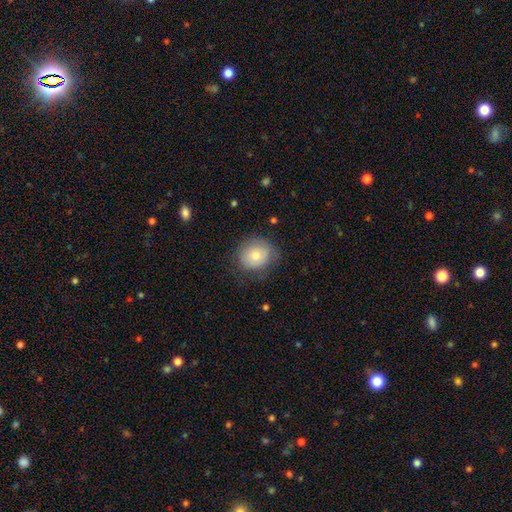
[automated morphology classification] Smooth or featured? smooth (74%)
How rounded? round (79%)
Merging? none (69%)